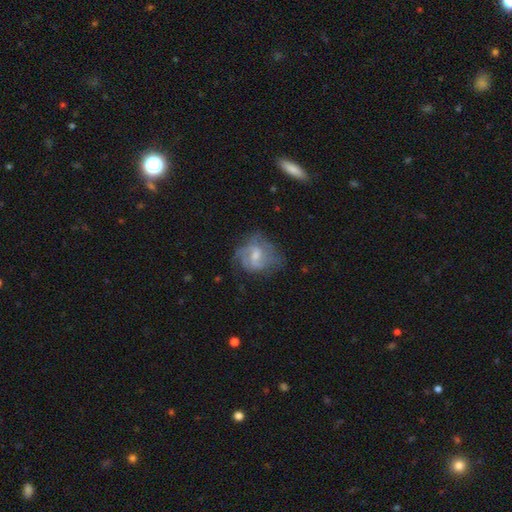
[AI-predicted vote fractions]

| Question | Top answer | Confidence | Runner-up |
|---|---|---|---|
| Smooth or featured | featured or disk | 76% | smooth (18%) |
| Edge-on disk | no | 98% | yes (2%) |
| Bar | weak | 55% | no (35%) |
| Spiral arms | yes | 91% | no (9%) |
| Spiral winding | medium | 47% | tight (33%) |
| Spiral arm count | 2 | 45% | can't tell (24%) |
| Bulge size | small | 46% | moderate (42%) |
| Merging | none | 56% | minor disturbance (24%) |